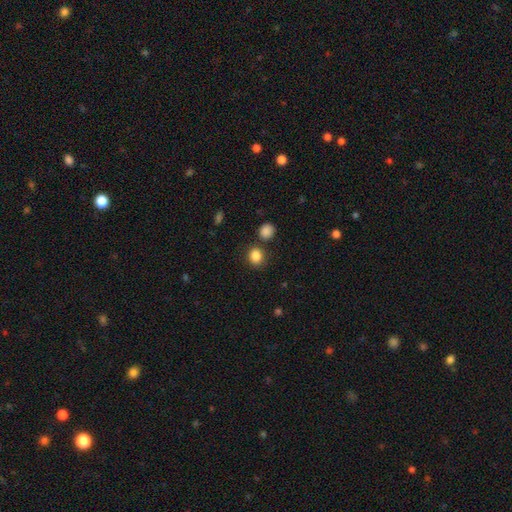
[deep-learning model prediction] Smooth or featured? smooth (86%)
How rounded? round (67%)
Merging? none (78%)